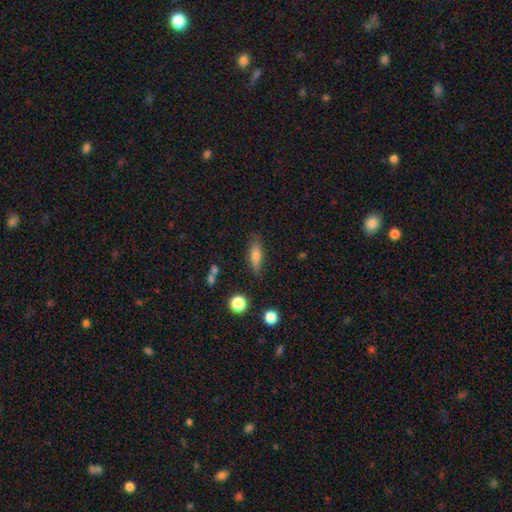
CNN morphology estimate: The model was most divided on "how rounded": in between: 50%, cigar-shaped: 45%, round: 4%. More confident: merging — none (81%); smooth or featured — smooth (68%).